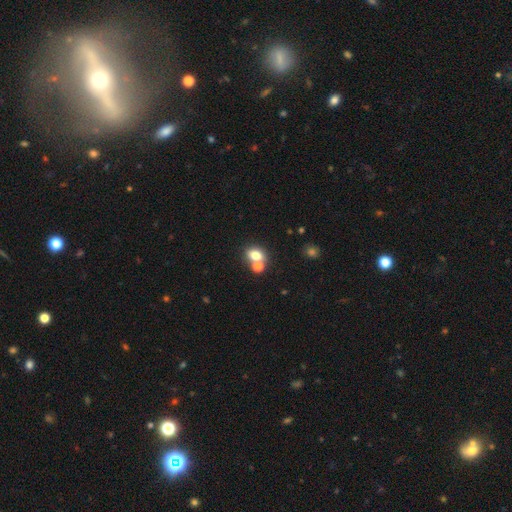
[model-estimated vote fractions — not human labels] Morphology: type=smooth (74%); roundness=in between (54%); merging=none (49%).